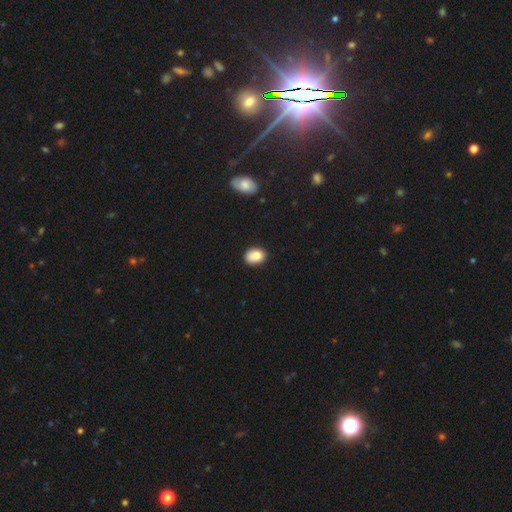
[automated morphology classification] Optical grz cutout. It shows a smooth galaxy with no disk features (83%) that is in between round and cigar-shaped (66%). Merging: none (76%).